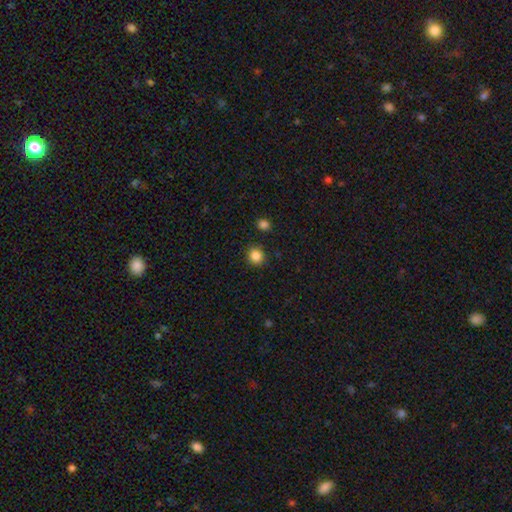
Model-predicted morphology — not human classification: Smooth or featured?
  - smooth: 85% *
  - star or artifact: 11%
  - featured or disk: 4%
How rounded?
  - round: 88% *
  - in between: 11%
  - cigar-shaped: 1%
Merging?
  - none: 89% *
  - minor disturbance: 7%
  - merger: 2%
  - major disturbance: 2%